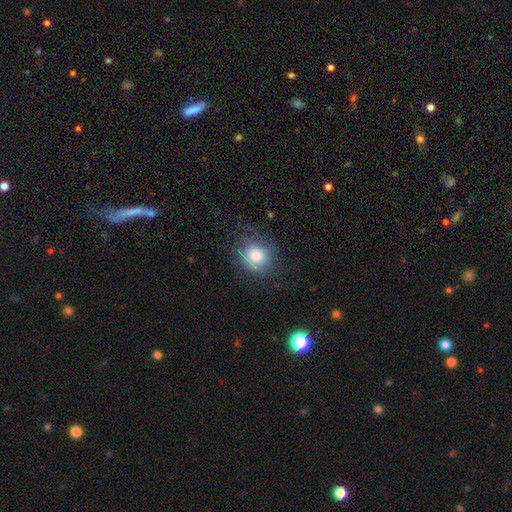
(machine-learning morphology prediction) A smooth galaxy with no disk features (75%) that is round (83%).

Vote fractions:
- Smooth or featured? smooth: 75% / featured or disk: 16% / star or artifact: 9%
- How rounded? round: 83% / in between: 16% / cigar-shaped: 1%
- Merging? none: 72% / minor disturbance: 18% / major disturbance: 8% / merger: 1%